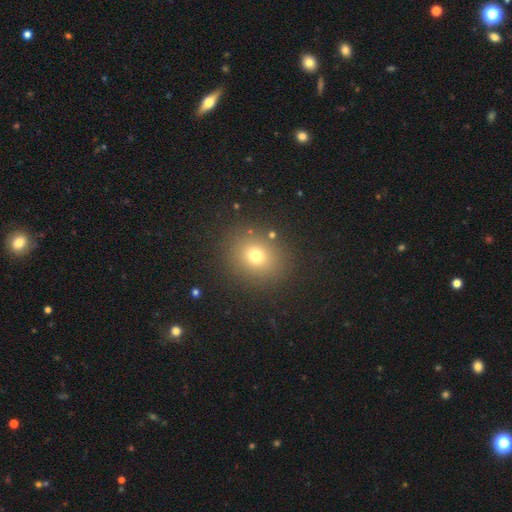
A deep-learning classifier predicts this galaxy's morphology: Smooth or featured: smooth — 71% (star or artifact — 19%)
How rounded: round — 73% (in between — 26%)
Merging: none — 88% (minor disturbance — 7%)